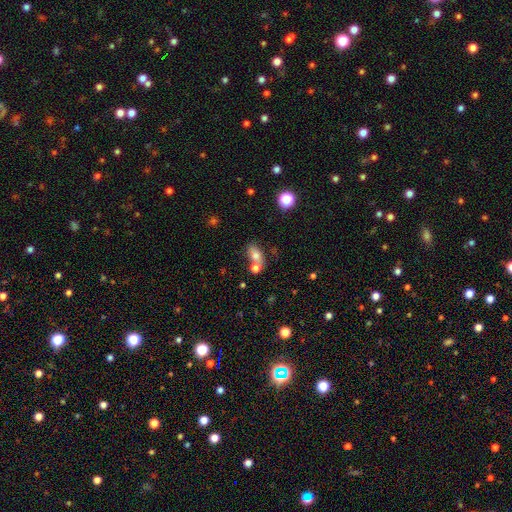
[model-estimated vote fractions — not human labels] This is likely a smooth galaxy (70%). How rounded: likely in between (80%). Merging: marginally none (43%).